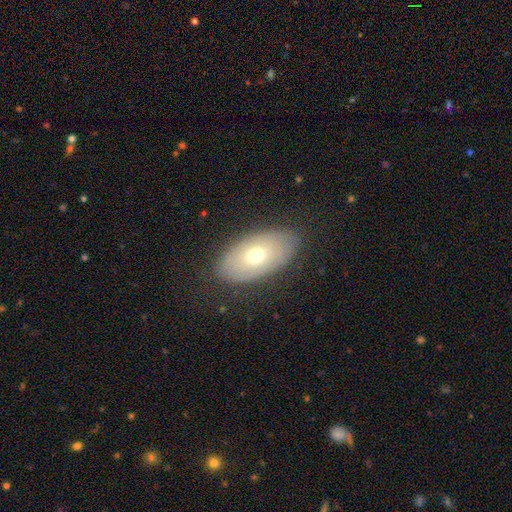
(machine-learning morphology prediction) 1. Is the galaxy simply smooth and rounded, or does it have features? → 59% smooth, 33% featured or disk, 8% star or artifact.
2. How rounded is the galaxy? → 92% in between, 6% round, 2% cigar-shaped.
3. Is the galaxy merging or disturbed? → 82% none, 13% minor disturbance, 4% major disturbance, 1% merger.